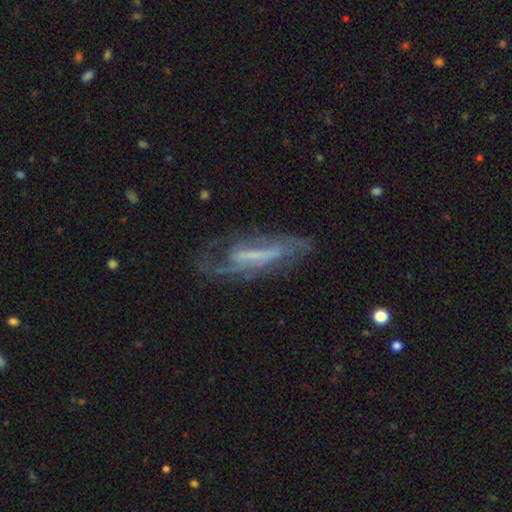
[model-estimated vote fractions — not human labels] Smooth or featured? featured or disk (74%)
Edge-on disk? no (76%)
Bar? strong (44%)
Spiral arms? yes (77%)
Bulge size? none (47%)
Merging? none (53%)